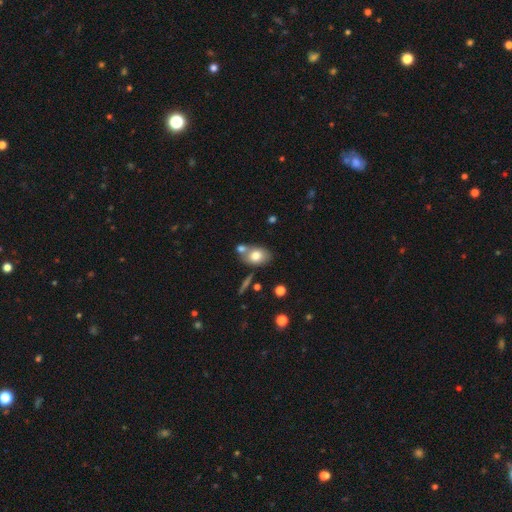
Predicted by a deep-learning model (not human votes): Morphology: type=smooth (75%); roundness=in between (77%); merging=none (54%).